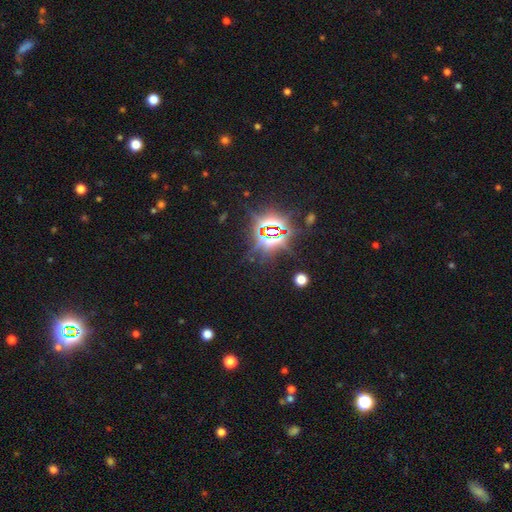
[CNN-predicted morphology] The model was most divided on "smooth or featured": star or artifact: 78%, smooth: 16%, featured or disk: 7%.